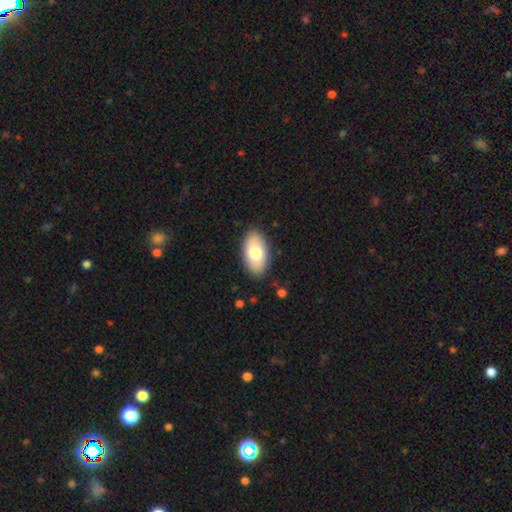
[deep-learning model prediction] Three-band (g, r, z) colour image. It shows a smooth galaxy with no disk features (73%) that is in between round and cigar-shaped (94%). Merging: none (88%).